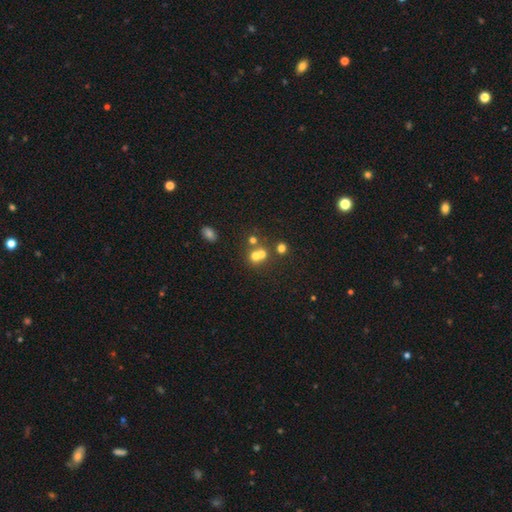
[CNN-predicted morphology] Smooth or featured: smooth — 63% (featured or disk — 20%)
How rounded: round — 80% (in between — 19%)
Merging: merger — 54% (none — 37%)